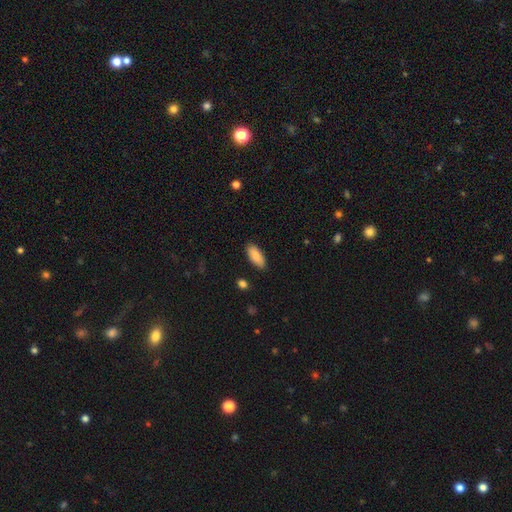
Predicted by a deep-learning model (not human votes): Morphology: type=smooth (87%); roundness=in between (86%); merging=none (87%).